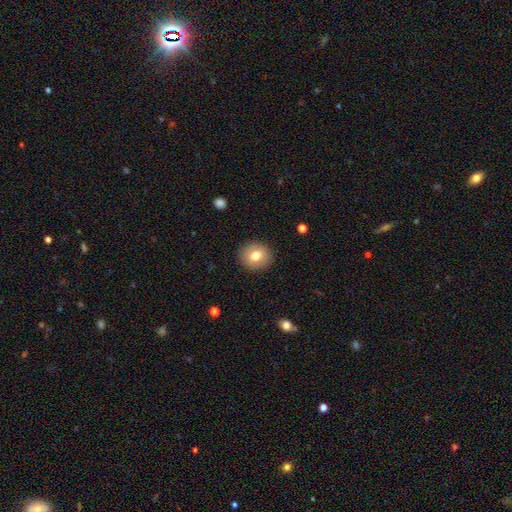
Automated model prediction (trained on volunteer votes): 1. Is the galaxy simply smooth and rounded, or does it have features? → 76% smooth, 15% featured or disk, 9% star or artifact.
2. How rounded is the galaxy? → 80% round, 19% in between, 1% cigar-shaped.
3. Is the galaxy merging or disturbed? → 90% none, 7% minor disturbance, 2% major disturbance, 1% merger.